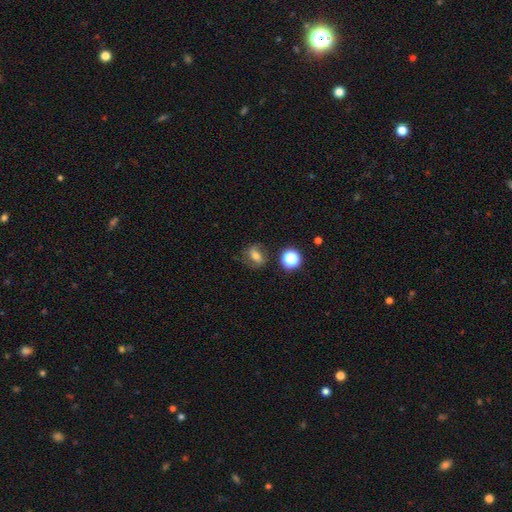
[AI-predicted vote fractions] Smooth or featured: smooth — 48% (featured or disk — 34%)
Merging: none — 70% (minor disturbance — 18%)